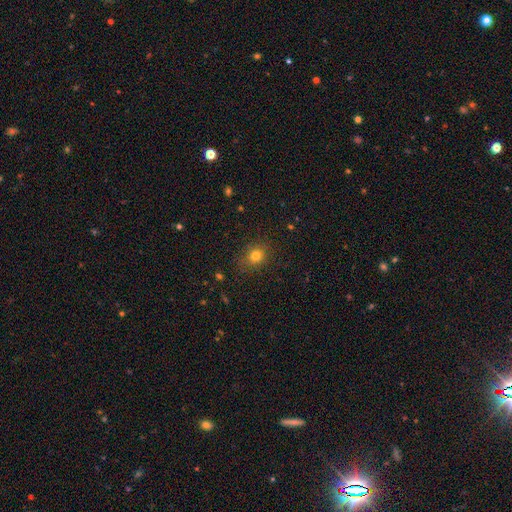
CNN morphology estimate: The model was most divided on "how rounded": round: 69%, in between: 30%, cigar-shaped: 1%. More confident: merging — none (83%); smooth or featured — smooth (78%).